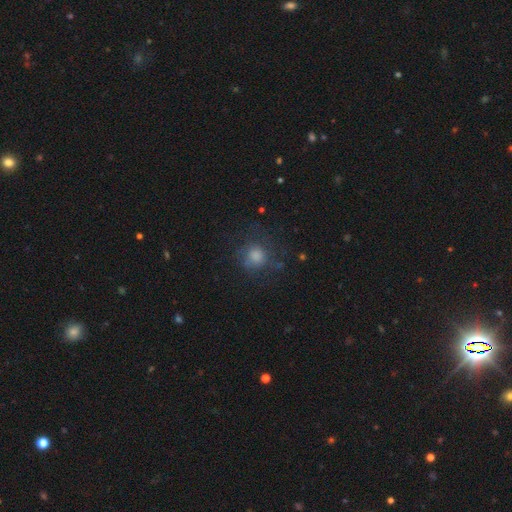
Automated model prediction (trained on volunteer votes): Smooth or featured? smooth (66%)
How rounded? round (87%)
Merging? none (70%)